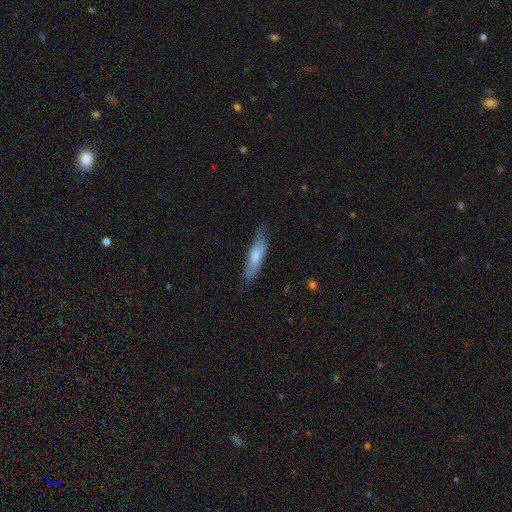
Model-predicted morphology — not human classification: smooth_or_featured: smooth (p=0.66) [alt: featured or disk p=0.29]
how_rounded: cigar-shaped (p=0.70) [alt: in between p=0.28]
merging: none (p=0.73) [alt: minor disturbance p=0.21]